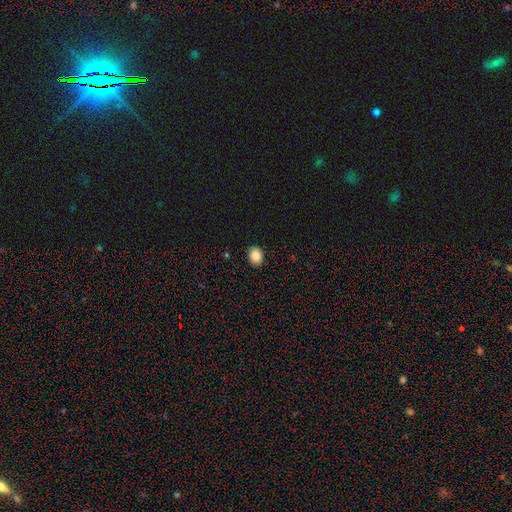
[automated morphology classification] A smooth galaxy with no disk features (87%) that is round (59%). Merging: none (90%).